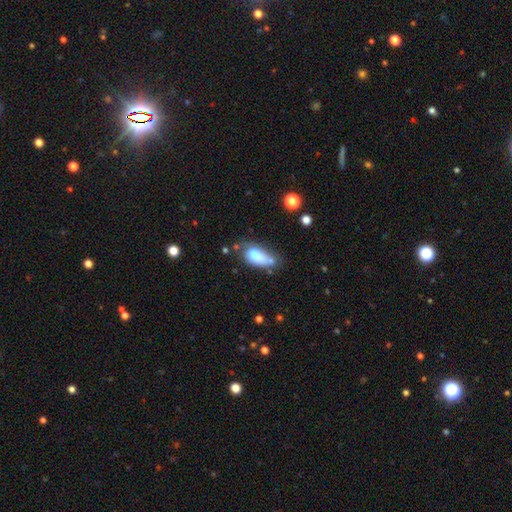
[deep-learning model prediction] smooth_or_featured: smooth (p=0.74) [alt: featured or disk p=0.17]
how_rounded: in between (p=0.84) [alt: cigar-shaped p=0.11]
merging: none (p=0.38) [alt: minor disturbance p=0.27]